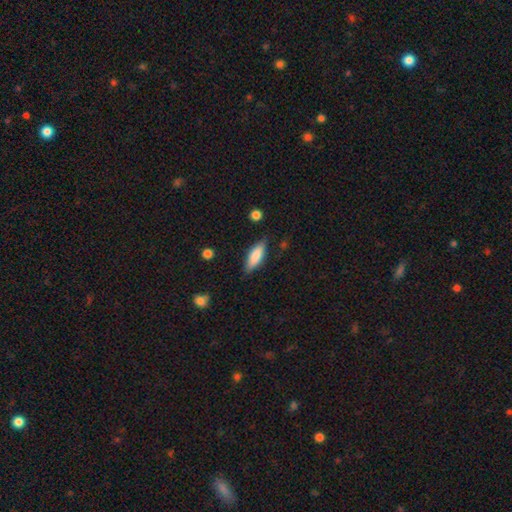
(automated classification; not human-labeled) This is likely a smooth galaxy (79%). How rounded: possibly in between (57%). Merging: clearly none (82%).